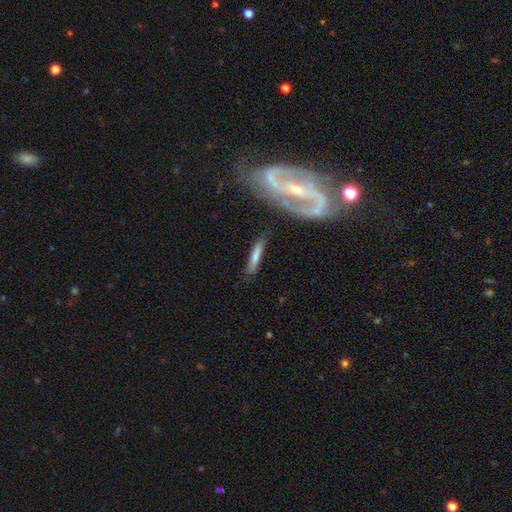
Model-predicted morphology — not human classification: smooth 68%, featured or disk 25%, star or artifact 6%. Down the decision tree: how rounded — cigar-shaped (86%); merging — none (73%).